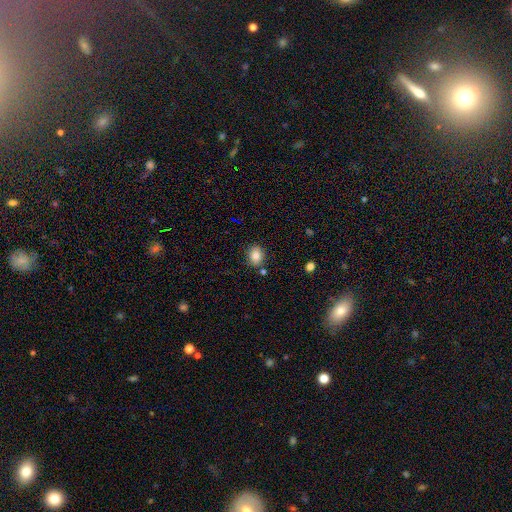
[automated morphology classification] Smooth or featured: smooth — 83% (star or artifact — 10%)
How rounded: in between — 52% (round — 47%)
Merging: none — 81% (minor disturbance — 11%)